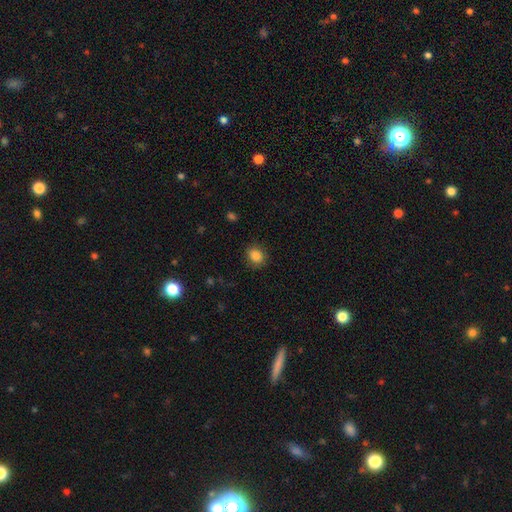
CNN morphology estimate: This appears to be a smooth galaxy with no disk features (85%) that is round (62%). Merging: none (86%).